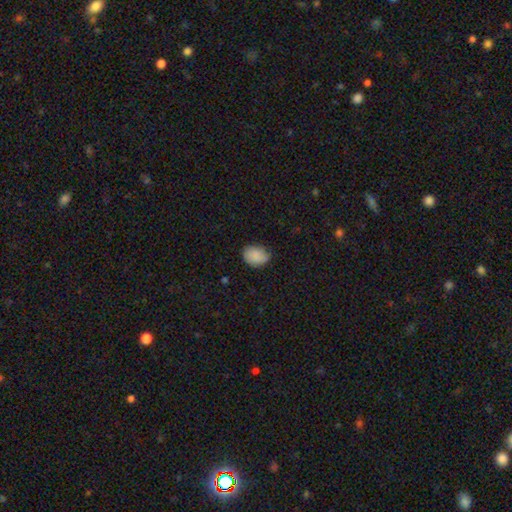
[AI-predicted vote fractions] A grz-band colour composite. It shows a smooth galaxy with no disk features (85%) that is in between round and cigar-shaped (68%). Merging: none (67%).